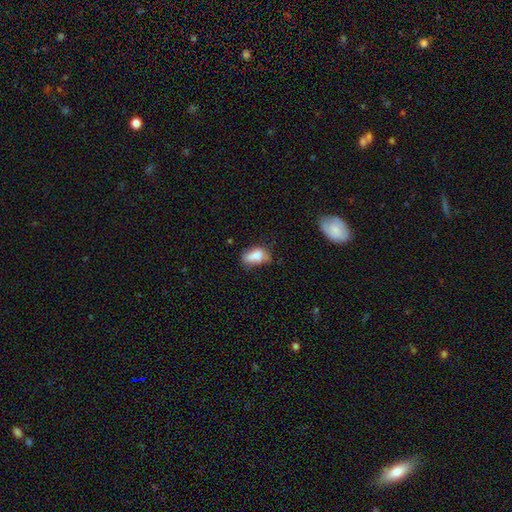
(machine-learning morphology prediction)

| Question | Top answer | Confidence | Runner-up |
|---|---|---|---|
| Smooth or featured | smooth | 79% | featured or disk (12%) |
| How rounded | in between | 89% | round (8%) |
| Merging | none | 44% | minor disturbance (36%) |